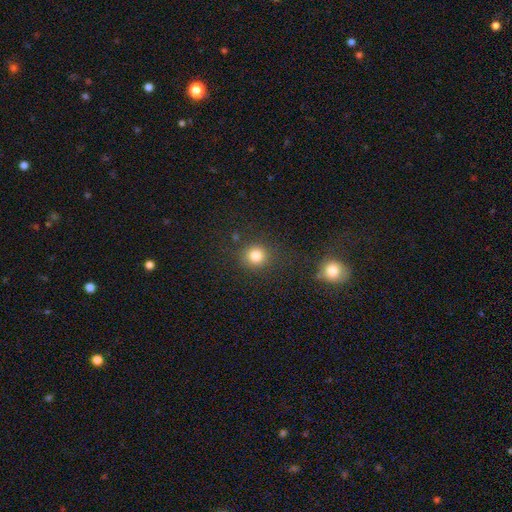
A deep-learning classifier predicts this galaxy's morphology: Smooth or featured: smooth — 82% (star or artifact — 12%)
How rounded: round — 90% (in between — 9%)
Merging: none — 84% (minor disturbance — 9%)